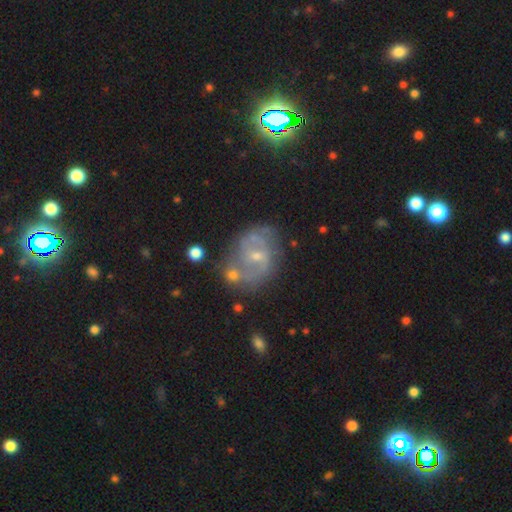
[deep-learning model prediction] Overall: featured or disk (78%). Edge-on disk: no (97%). Bar: weak (50%; no 38%). Spiral arms: yes (88%). Spiral arm count: 2 (73%). Spiral winding: medium (51%; tight 26%). Bulge size: small (63%; moderate 32%). Merging: none (60%).